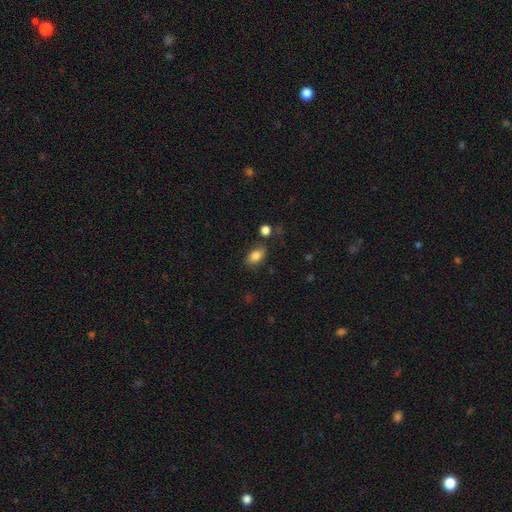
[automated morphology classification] The model was most divided on "merging": none: 77%, minor disturbance: 14%, merger: 5%, major disturbance: 4%. More confident: how rounded — in between (87%); smooth or featured — smooth (83%).